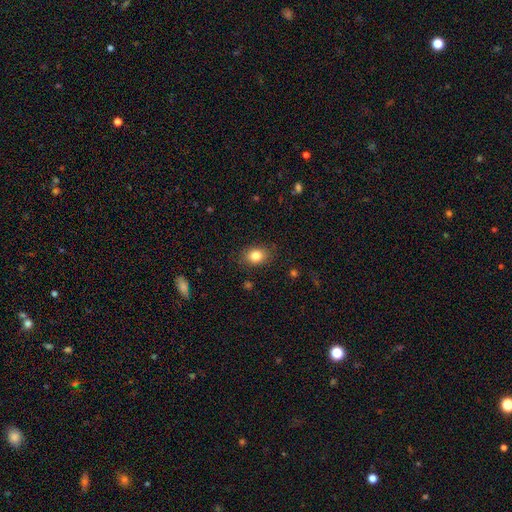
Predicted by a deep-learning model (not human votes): Smooth or featured? smooth (83%)
How rounded? in between (60%)
Merging? none (85%)